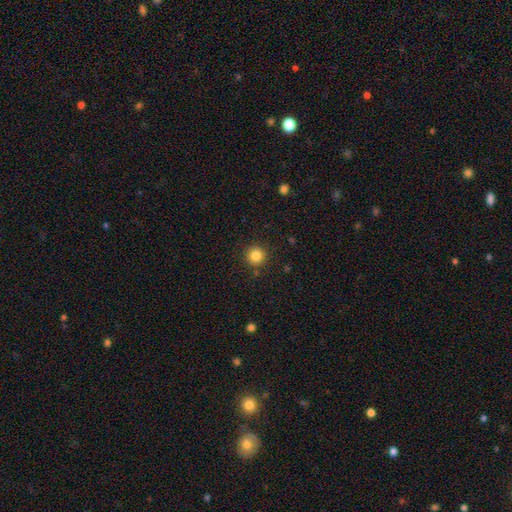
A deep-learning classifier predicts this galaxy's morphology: The model was most divided on "smooth or featured": smooth: 84%, star or artifact: 12%, featured or disk: 5%. More confident: how rounded — round (95%); merging — none (90%).